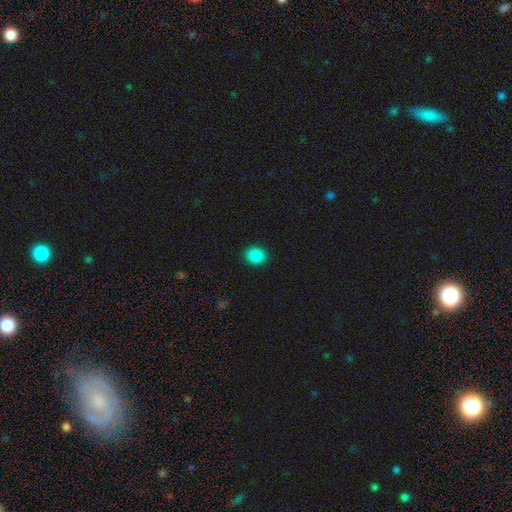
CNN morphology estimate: This is clearly a smooth galaxy (87%). How rounded: possibly round (55%). Merging: clearly none (91%).